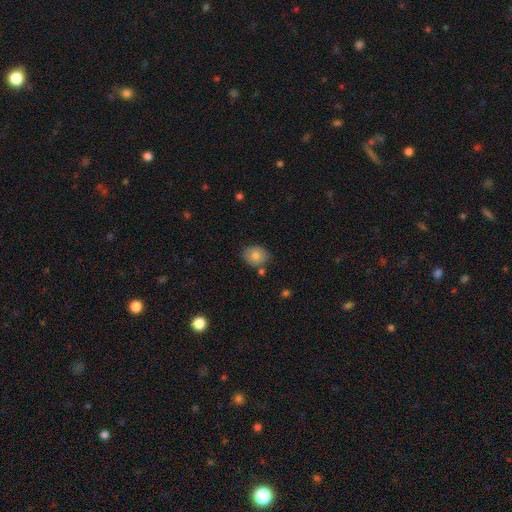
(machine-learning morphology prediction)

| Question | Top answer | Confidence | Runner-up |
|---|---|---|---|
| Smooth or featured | smooth | 81% | featured or disk (10%) |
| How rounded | round | 52% | in between (47%) |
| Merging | none | 76% | minor disturbance (15%) |